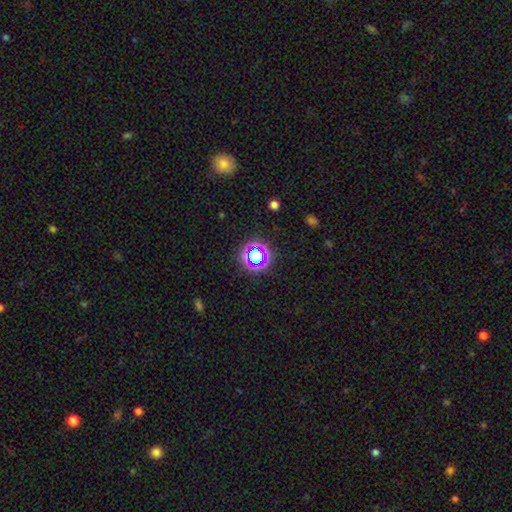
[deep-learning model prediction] Morphology: type=star or artifact (62%).